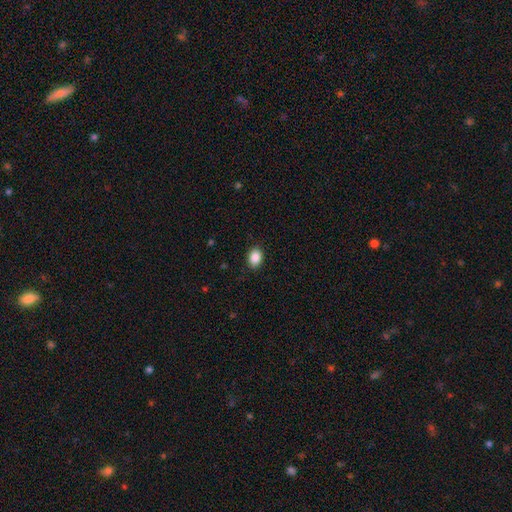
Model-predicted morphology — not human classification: Smooth or featured? smooth (88%)
How rounded? in between (74%)
Merging? none (88%)